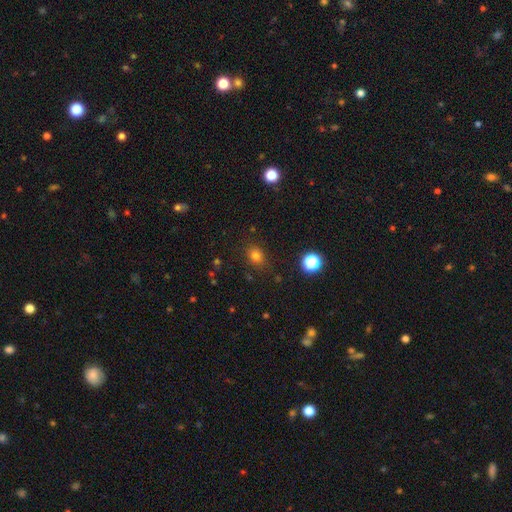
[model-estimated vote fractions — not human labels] smooth 77%, star or artifact 17%, featured or disk 6%. Down the decision tree: how rounded — round (57%); merging — none (82%).